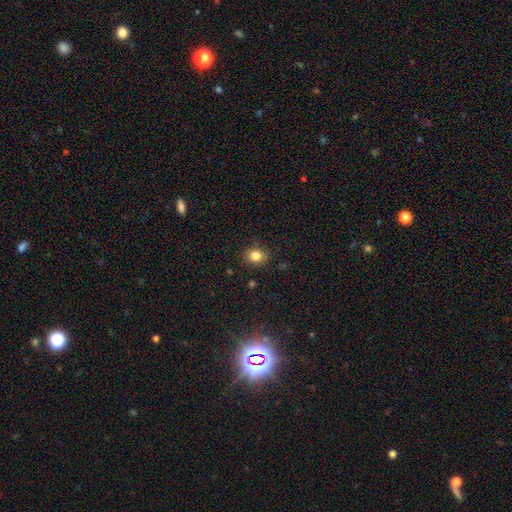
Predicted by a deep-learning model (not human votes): A smooth galaxy with no disk features (83%) that is round (66%). Merging: none (87%).